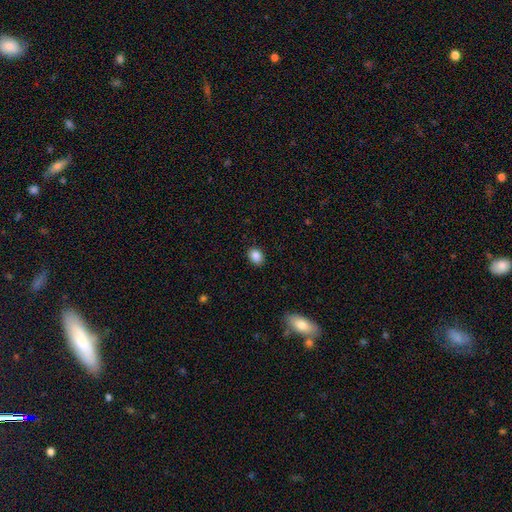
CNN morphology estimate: This is clearly a smooth galaxy (87%). How rounded: likely in between (63%). Merging: clearly none (88%).